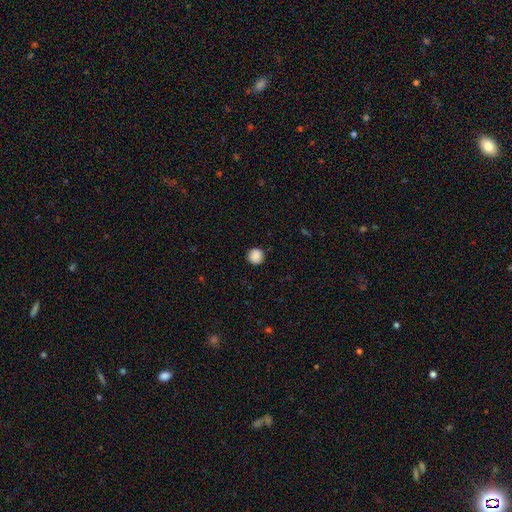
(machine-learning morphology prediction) This is clearly a smooth galaxy (88%). How rounded: clearly round (95%). Merging: clearly none (90%).